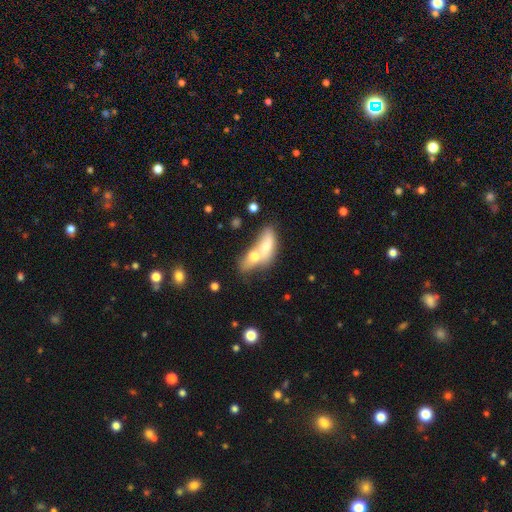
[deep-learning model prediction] Morphology: type=smooth (55%); roundness=in between (66%); merging=merger (71%).